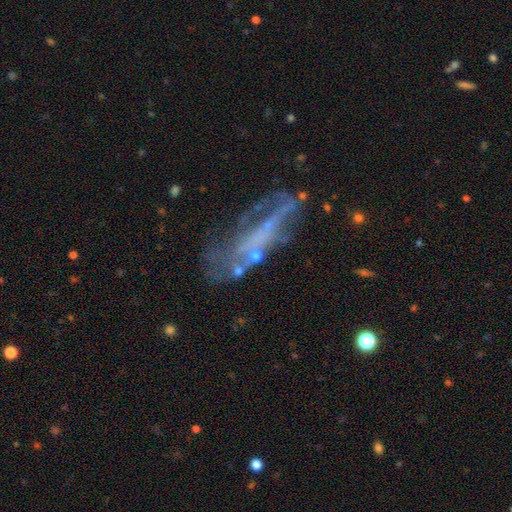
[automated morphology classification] featured or disk 53%, smooth 27%, star or artifact 20%. Down the decision tree: edge-on disk — no (71%); merging — none (45%).